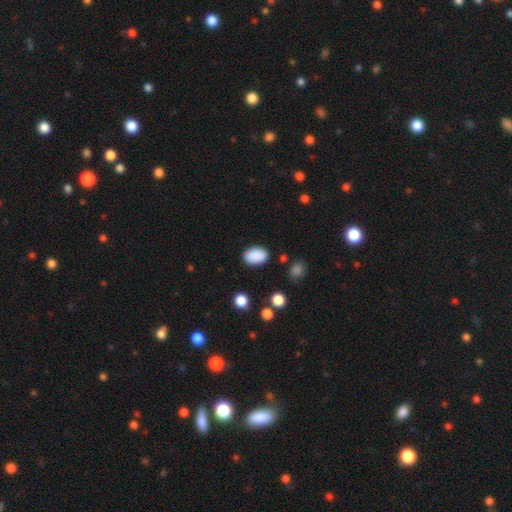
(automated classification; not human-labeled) The model was most divided on "merging": none: 85%, minor disturbance: 10%, major disturbance: 3%, merger: 2%. More confident: smooth or featured — smooth (89%); how rounded — in between (87%).